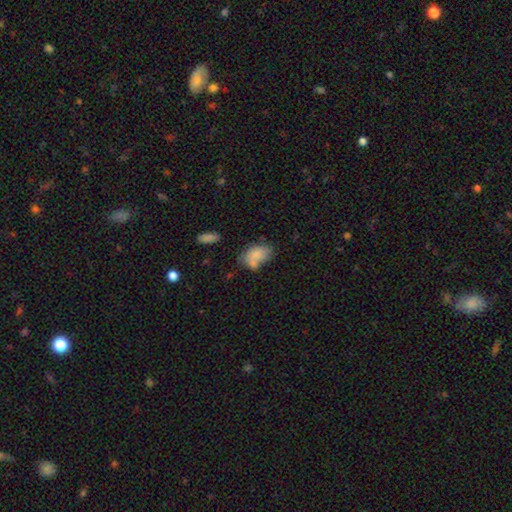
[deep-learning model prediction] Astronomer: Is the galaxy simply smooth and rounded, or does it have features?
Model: smooth — 79%.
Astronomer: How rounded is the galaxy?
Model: in between — 87%.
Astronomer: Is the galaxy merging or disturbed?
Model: none — 44% (runner-up: minor disturbance, 23%).